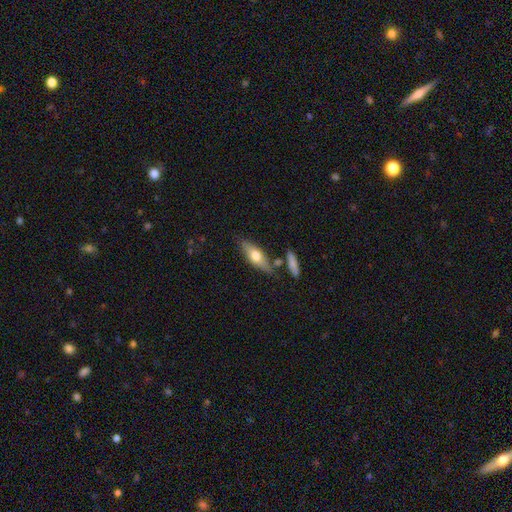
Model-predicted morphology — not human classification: A smooth galaxy with no disk features (61%) that is in between round and cigar-shaped (60%). Merging: none (71%).